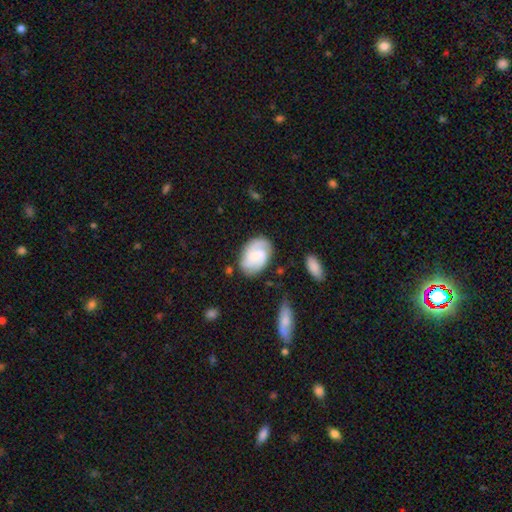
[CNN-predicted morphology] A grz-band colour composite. It shows a featured or disk galaxy (66%) with a weak bar (49%), 2 (60%) medium (46%) spiral arms (93%) and a small central bulge (37%). Merging: none (73%).